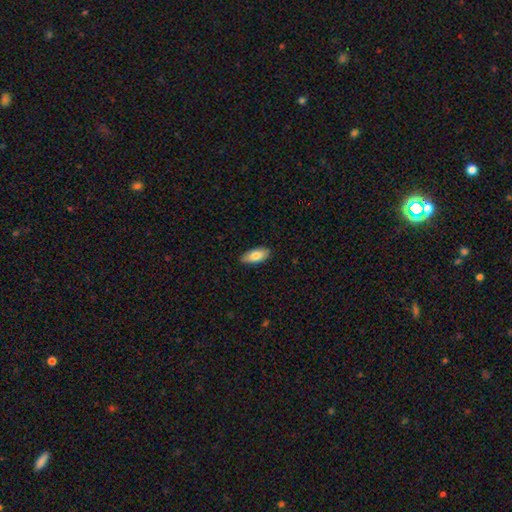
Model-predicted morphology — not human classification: Q: Smooth or featured?
A: smooth (80%); runner-up: featured or disk (14%)
Q: How rounded?
A: in between (88%); runner-up: cigar-shaped (10%)
Q: Merging?
A: none (85%); runner-up: minor disturbance (12%)